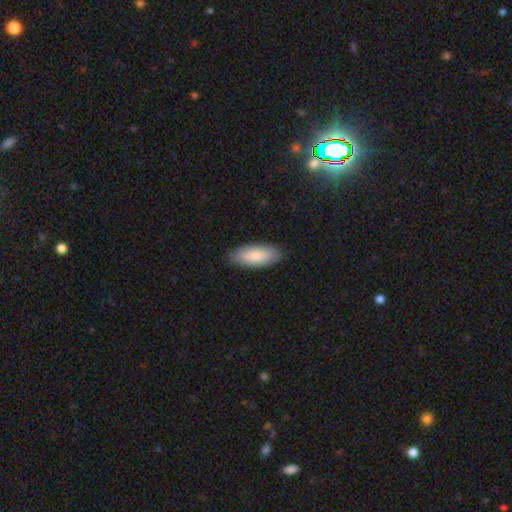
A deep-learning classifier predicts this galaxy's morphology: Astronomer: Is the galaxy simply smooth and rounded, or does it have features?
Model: smooth — 82%.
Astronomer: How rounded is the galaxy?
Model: in between — 84%.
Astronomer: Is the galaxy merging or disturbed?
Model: none — 86%.